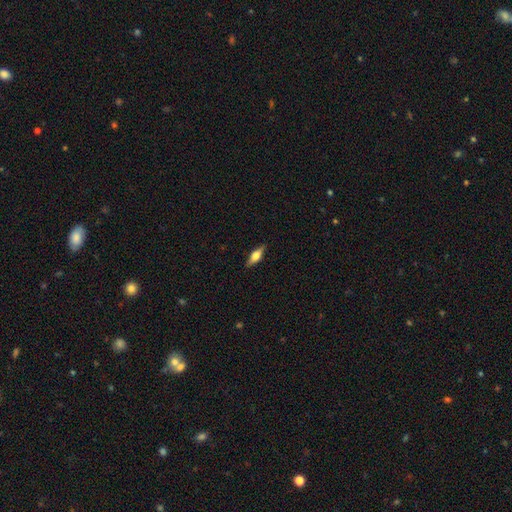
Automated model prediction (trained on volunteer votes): smooth-or-featured: featured or disk: 51% | smooth: 43% | star or artifact: 7%
  disk-edge-on: yes: 94% | no: 6%
  merging: none: 87% | minor disturbance: 10% | major disturbance: 2% | merger: 1%